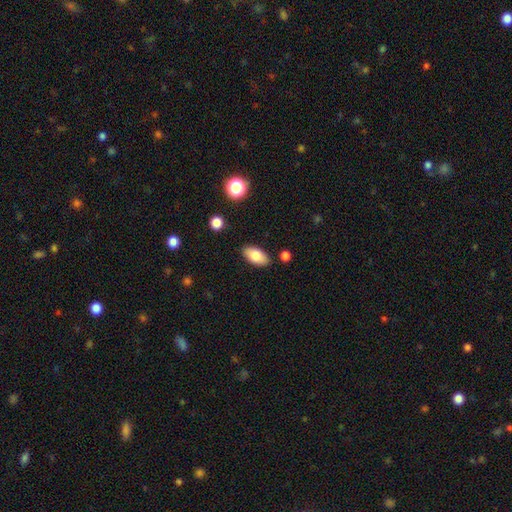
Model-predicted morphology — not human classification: Smooth or featured? smooth (81%)
How rounded? in between (93%)
Merging? none (85%)